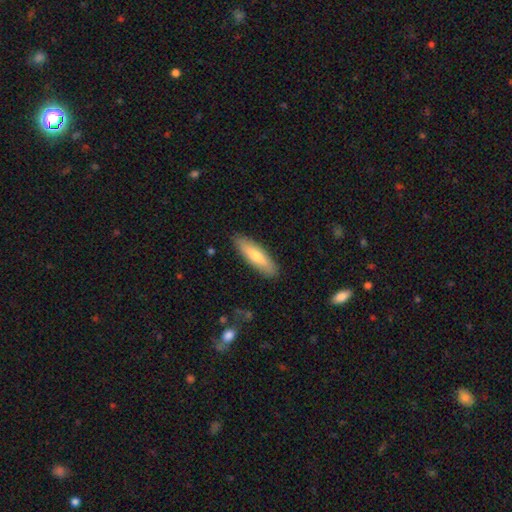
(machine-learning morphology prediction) A smooth galaxy with no disk features (68%) that is cigar-shaped (61%). Merging: none (88%).